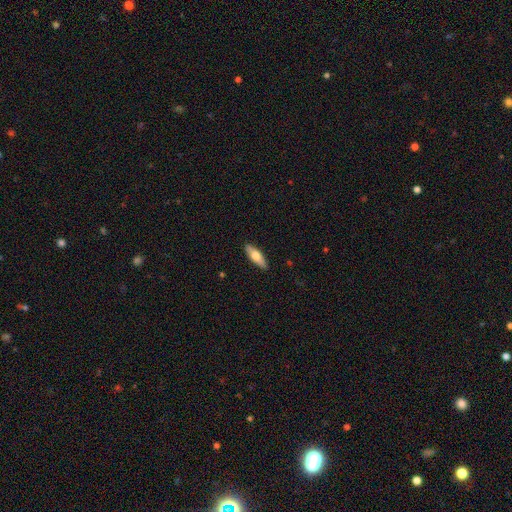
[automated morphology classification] Smooth or featured? smooth (63%)
How rounded? in between (57%)
Merging? none (90%)